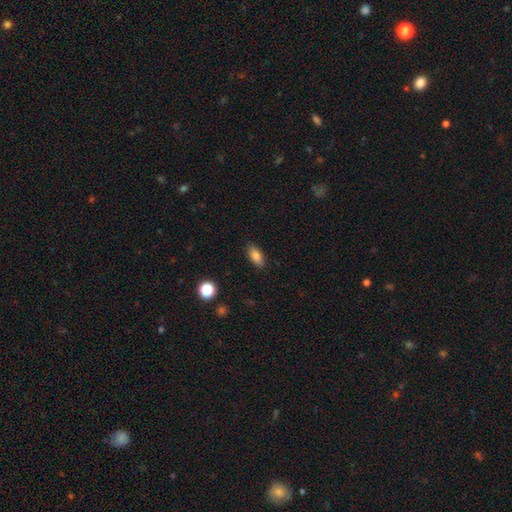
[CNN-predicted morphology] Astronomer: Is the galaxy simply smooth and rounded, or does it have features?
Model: smooth — 83%.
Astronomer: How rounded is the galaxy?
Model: in between — 85%.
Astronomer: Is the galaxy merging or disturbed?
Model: none — 87%.